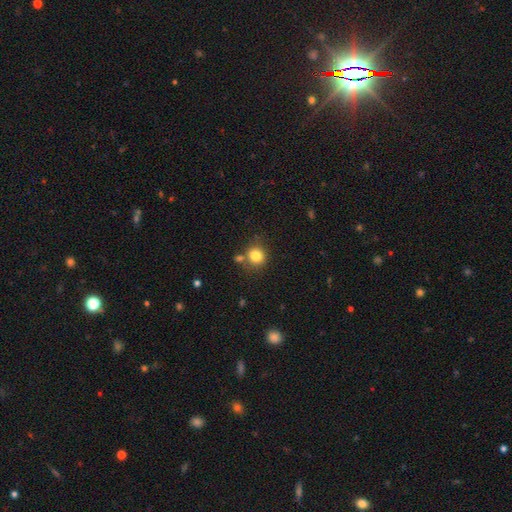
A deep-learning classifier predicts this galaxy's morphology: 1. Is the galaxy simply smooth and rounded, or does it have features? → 81% smooth, 12% star or artifact, 7% featured or disk.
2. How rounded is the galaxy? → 86% round, 13% in between, 1% cigar-shaped.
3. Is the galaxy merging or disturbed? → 71% none, 14% merger, 11% minor disturbance, 4% major disturbance.